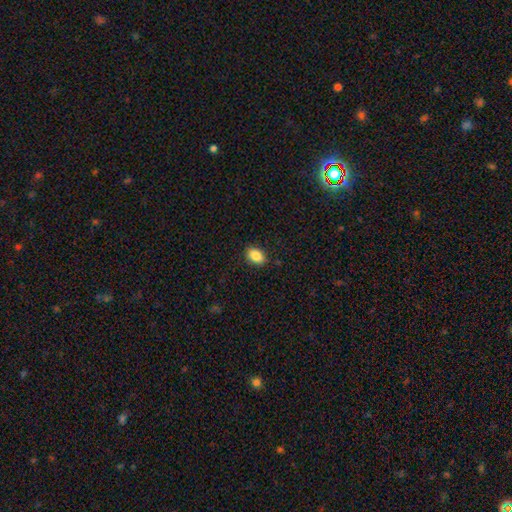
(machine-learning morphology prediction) Q: Smooth or featured?
A: smooth (86%); runner-up: star or artifact (8%)
Q: How rounded?
A: in between (82%); runner-up: round (17%)
Q: Merging?
A: none (88%); runner-up: minor disturbance (9%)